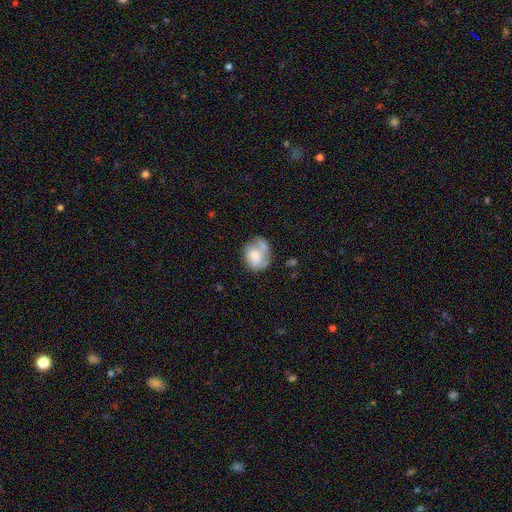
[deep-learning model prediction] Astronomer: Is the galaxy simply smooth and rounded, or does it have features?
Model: smooth — 54% (runner-up: featured or disk, 39%).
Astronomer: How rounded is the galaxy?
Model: round — 53% (runner-up: in between, 46%).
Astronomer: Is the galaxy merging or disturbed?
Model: none — 38% (runner-up: minor disturbance, 27%).